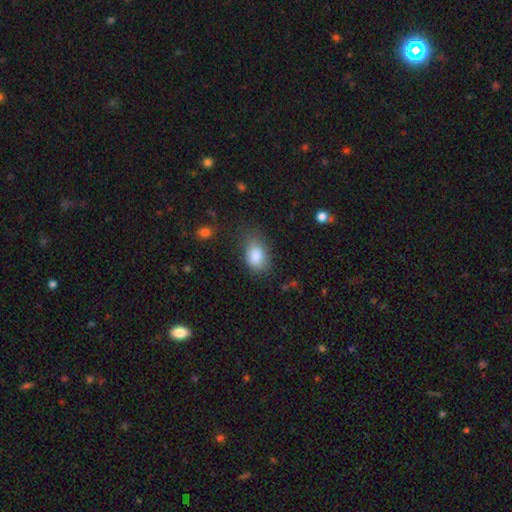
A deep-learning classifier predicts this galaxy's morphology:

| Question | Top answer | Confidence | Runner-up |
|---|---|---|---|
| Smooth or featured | smooth | 85% | star or artifact (8%) |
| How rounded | in between | 78% | round (20%) |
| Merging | none | 55% | minor disturbance (30%) |